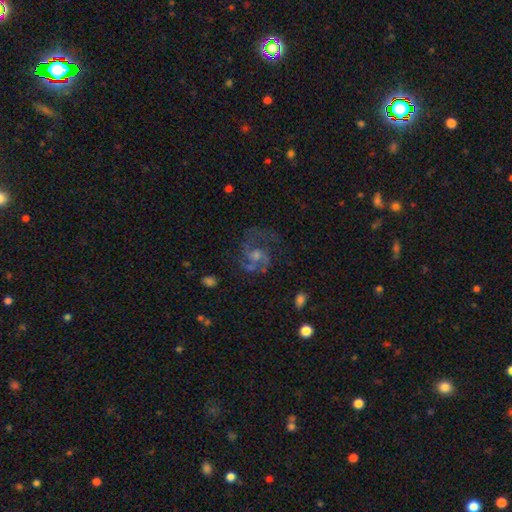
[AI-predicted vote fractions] This is likely a featured or disk galaxy (79%). It is clearly not viewed edge-on (98%). Bar: possibly no (60%). Spiral arm pattern: clearly yes (93%). Spiral arm count: likely 2 (66%). Spiral winding: possibly medium (56%). Central bulge: possibly moderate (46%). Merging: likely none (63%).